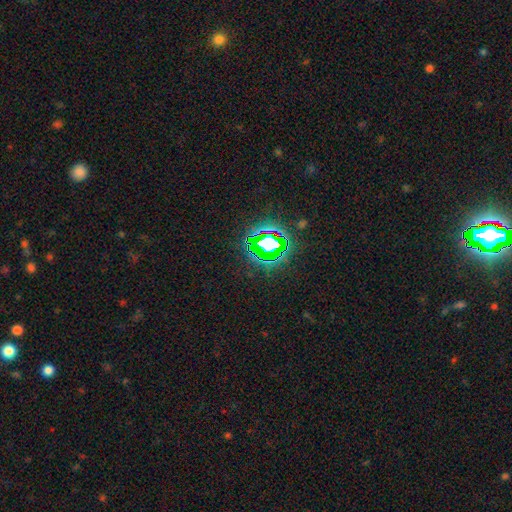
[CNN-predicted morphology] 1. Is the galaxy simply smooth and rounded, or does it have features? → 81% star or artifact, 12% smooth, 7% featured or disk.